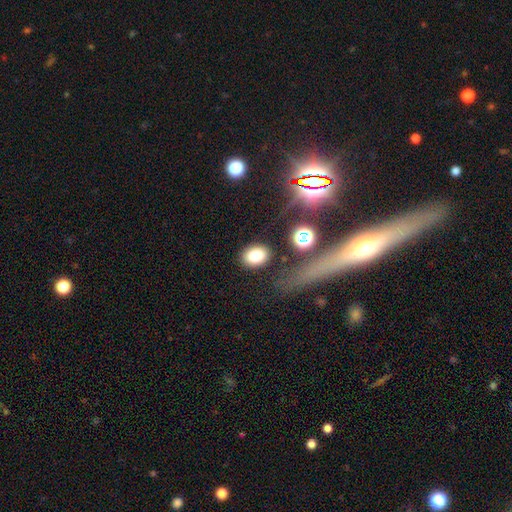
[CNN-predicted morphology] Overall: smooth (82%). How rounded: in between (74%). Merging: none (80%).